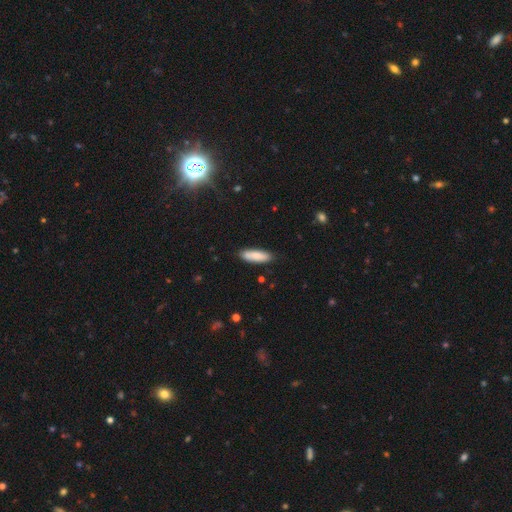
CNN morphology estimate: This is clearly a smooth galaxy (85%). How rounded: possibly cigar-shaped (56%). Merging: clearly none (85%).